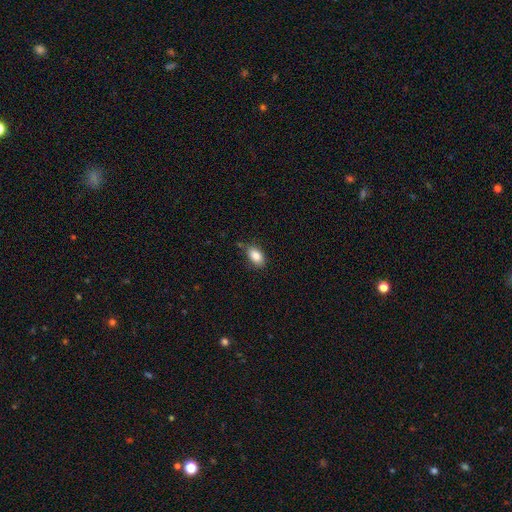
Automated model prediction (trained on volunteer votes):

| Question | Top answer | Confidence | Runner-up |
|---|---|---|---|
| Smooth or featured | smooth | 86% | star or artifact (8%) |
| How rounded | in between | 91% | round (7%) |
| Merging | none | 77% | minor disturbance (17%) |